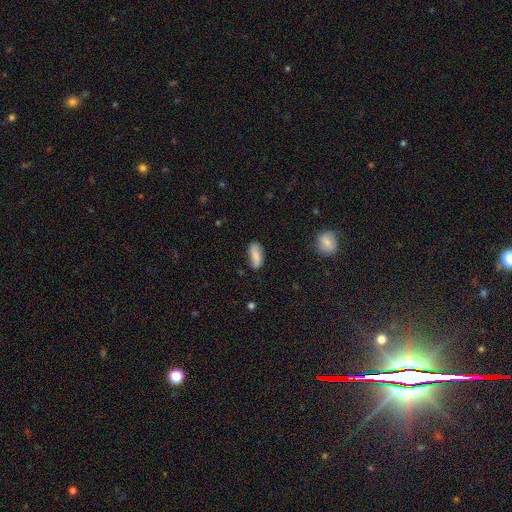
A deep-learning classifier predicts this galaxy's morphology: smooth 78%, featured or disk 15%, star or artifact 7%. Down the decision tree: how rounded — in between (80%); merging — none (73%).